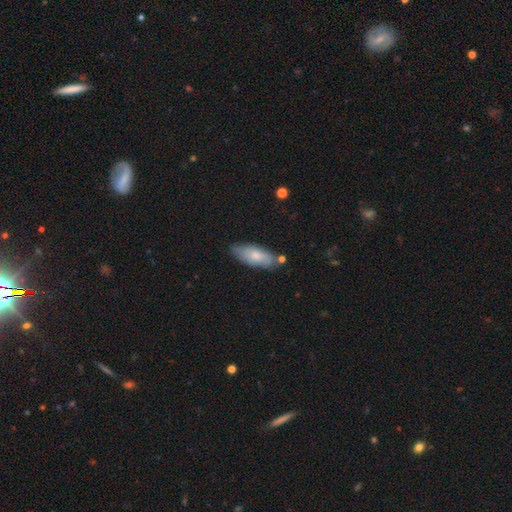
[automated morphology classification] Smooth or featured: smooth — 71% (featured or disk — 23%)
How rounded: in between — 77% (cigar-shaped — 21%)
Merging: none — 69% (minor disturbance — 22%)